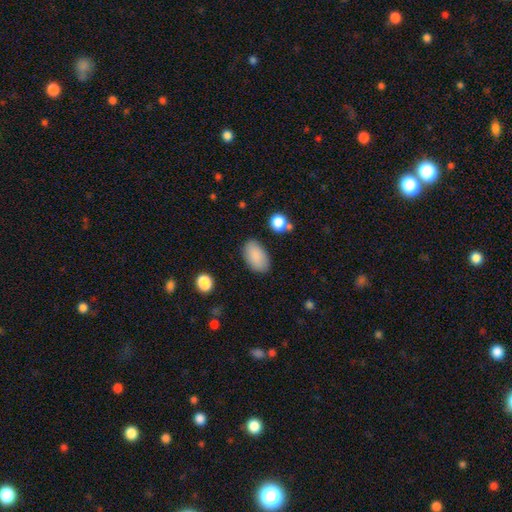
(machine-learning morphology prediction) This appears to be a smooth galaxy with no disk features (89%) that is in between round and cigar-shaped (94%). Merging: none (83%).